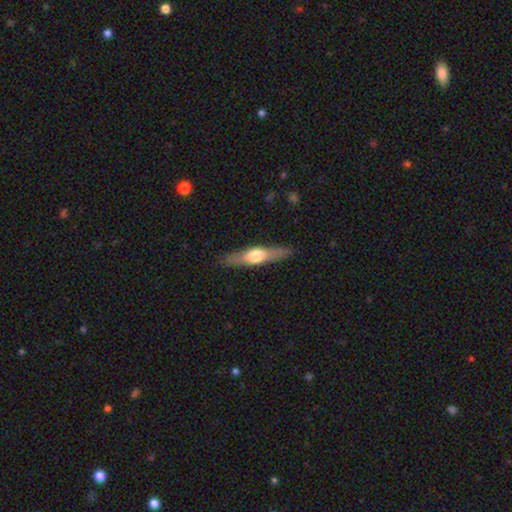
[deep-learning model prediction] Morphology: type=featured or disk (56%); edge-on=yes (93%); edge-on bulge=rounded (92%); merging=none (88%).